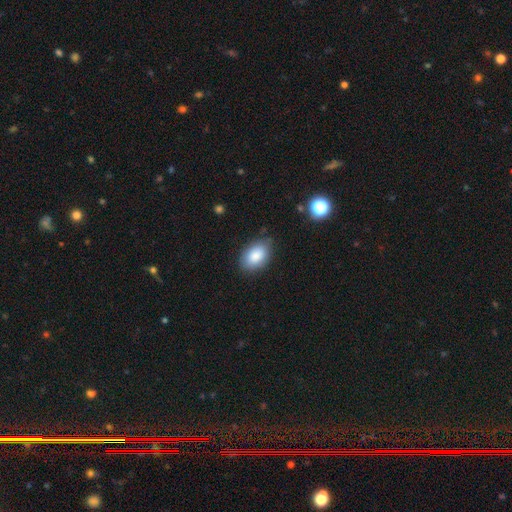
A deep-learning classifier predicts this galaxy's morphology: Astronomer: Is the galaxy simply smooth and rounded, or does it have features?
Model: smooth — 86%.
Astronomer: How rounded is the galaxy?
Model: in between — 90%.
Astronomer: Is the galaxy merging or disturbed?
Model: none — 80%.